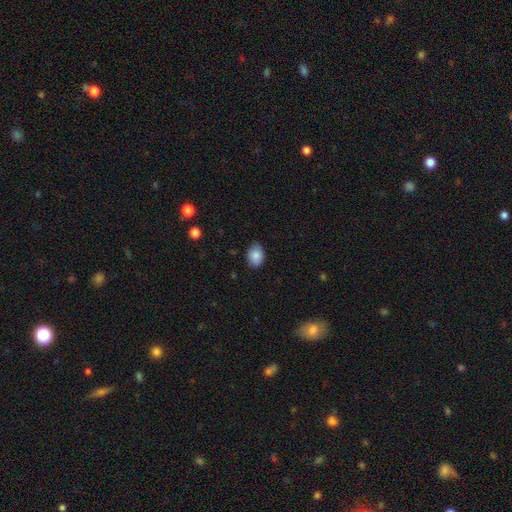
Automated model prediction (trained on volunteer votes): Smooth or featured?
  - smooth: 86% *
  - star or artifact: 8%
  - featured or disk: 6%
How rounded?
  - in between: 68% *
  - round: 31%
  - cigar-shaped: 1%
Merging?
  - none: 80% *
  - minor disturbance: 16%
  - major disturbance: 3%
  - merger: 1%